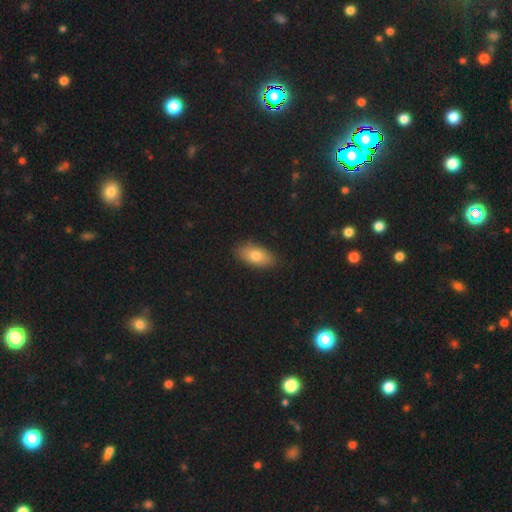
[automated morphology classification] A smooth galaxy with no disk features (78%) that is in between round and cigar-shaped (88%).

Vote fractions:
- Smooth or featured? smooth: 78% / featured or disk: 14% / star or artifact: 7%
- How rounded? in between: 88% / cigar-shaped: 7% / round: 5%
- Merging? none: 86% / minor disturbance: 11% / major disturbance: 2% / merger: 1%